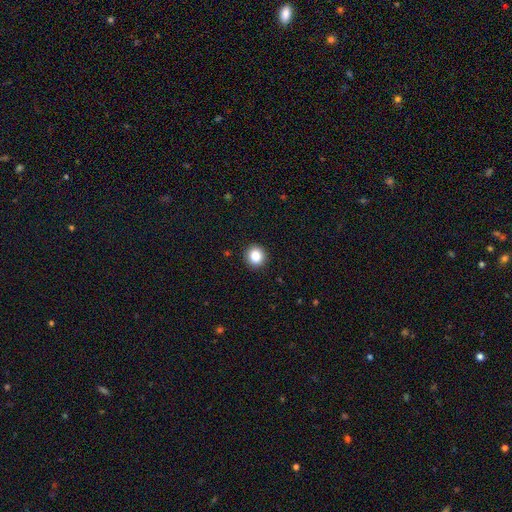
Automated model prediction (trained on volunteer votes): smooth_or_featured: smooth (p=0.85) [alt: star or artifact p=0.10]
how_rounded: round (p=0.91) [alt: in between p=0.08]
merging: none (p=0.92) [alt: minor disturbance p=0.05]